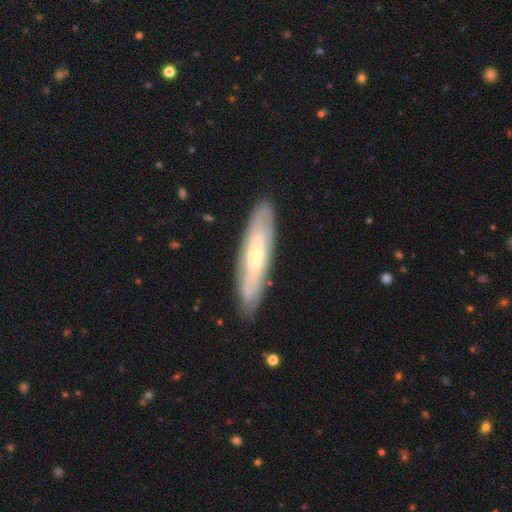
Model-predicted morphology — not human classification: A featured or disk galaxy (56%). Merging: none (86%).